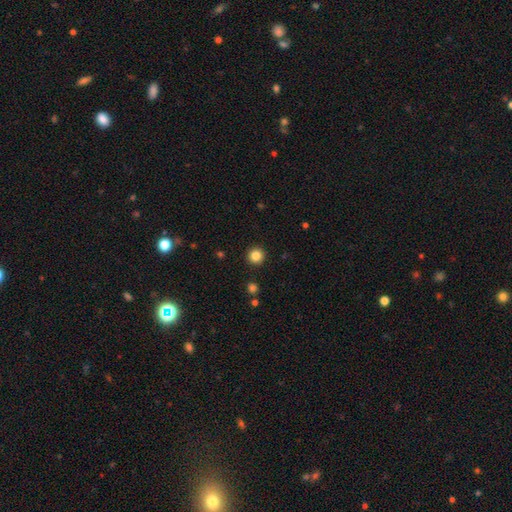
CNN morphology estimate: smooth-or-featured: smooth: 85% | star or artifact: 11% | featured or disk: 4%
  how-rounded: round: 96% | in between: 3% | cigar-shaped: 1%
  merging: none: 93% | minor disturbance: 4% | major disturbance: 2% | merger: 1%